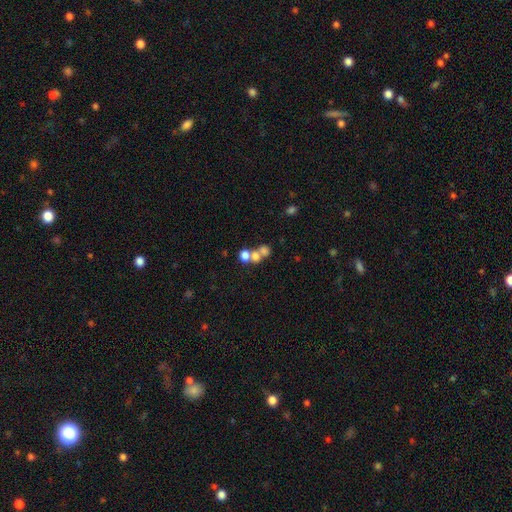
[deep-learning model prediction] smooth-or-featured: smooth: 64% | featured or disk: 20% | star or artifact: 16%
  how-rounded: round: 62% | in between: 36% | cigar-shaped: 1%
  merging: merger: 61% | none: 27% | minor disturbance: 6% | major disturbance: 6%